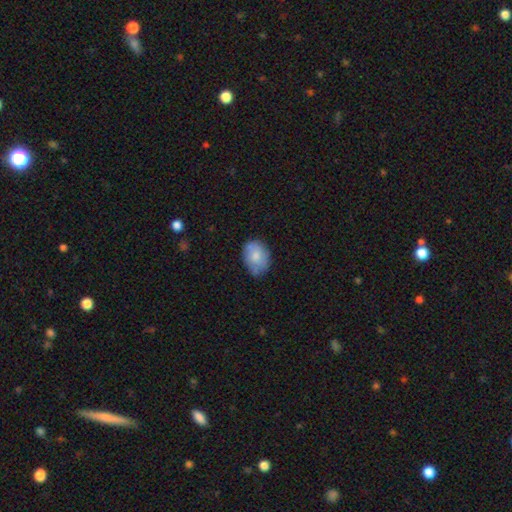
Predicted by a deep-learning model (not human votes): Smooth or featured? Predicted: smooth (p=0.75). How rounded? Predicted: in between (p=0.73). Merging? Predicted: none (p=0.65).